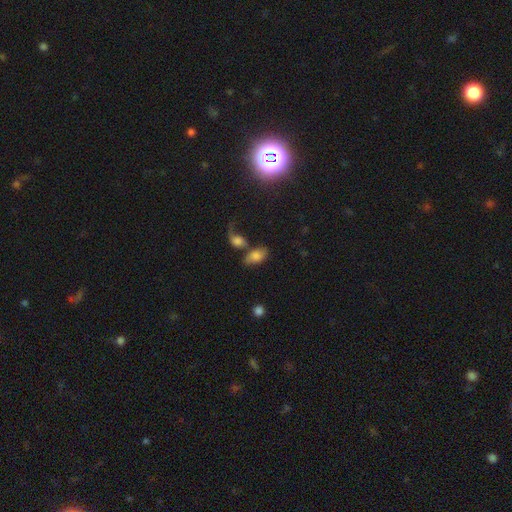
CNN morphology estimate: The model was most divided on "merging": merger: 40%, none: 33%, minor disturbance: 14%, major disturbance: 12%. More confident: how rounded — in between (89%); smooth or featured — smooth (69%).